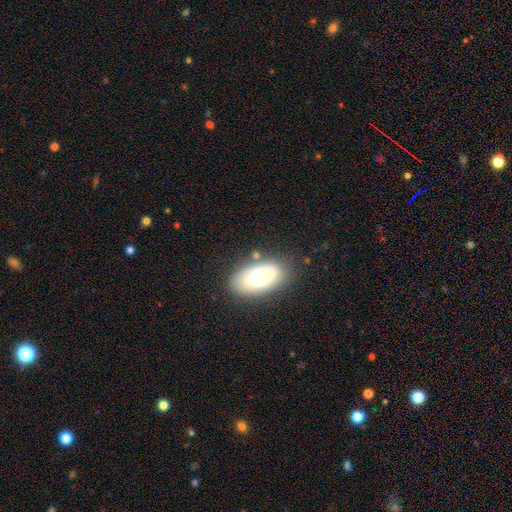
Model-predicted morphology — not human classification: type=smooth (56%); roundness=in between (92%); merging=none (77%).